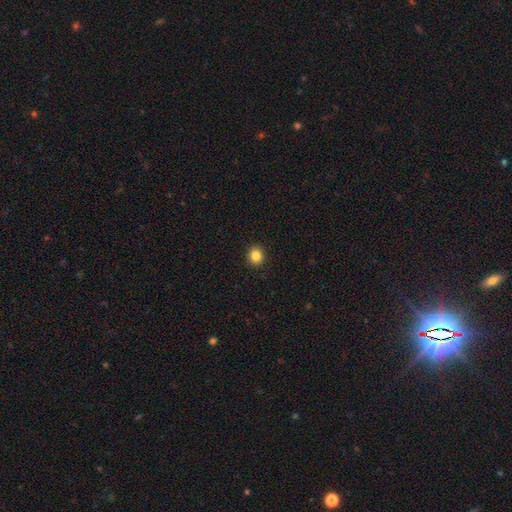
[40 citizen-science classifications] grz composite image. It shows a smooth galaxy with no disk features (85%) that is round (94%). Merging: none (89%).